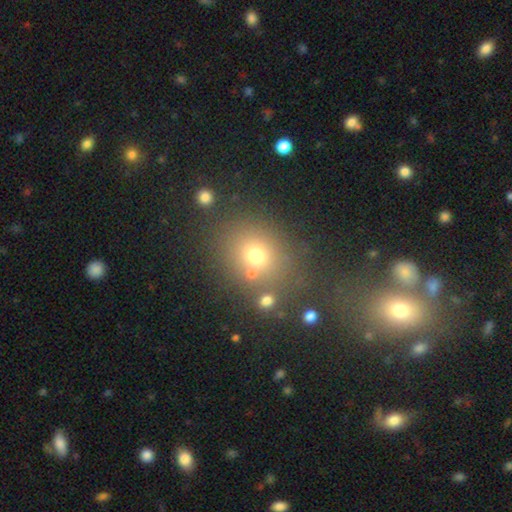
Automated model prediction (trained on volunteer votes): This is likely a smooth galaxy (68%). How rounded: likely round (62%). Merging: likely none (70%).